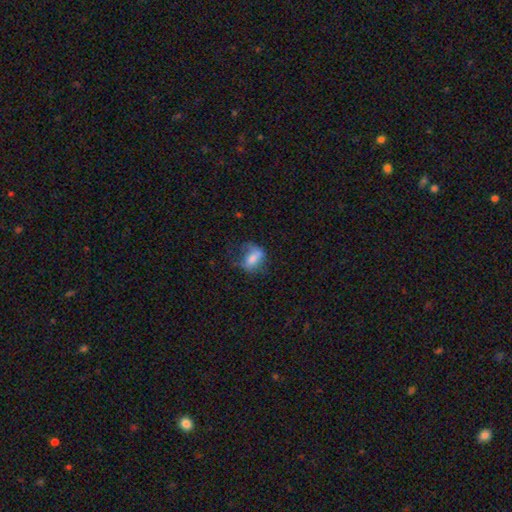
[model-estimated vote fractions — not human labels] Overall: smooth (58%; featured or disk 30%). How rounded: in between (74%). Merging: none (46%; minor disturbance 27%).